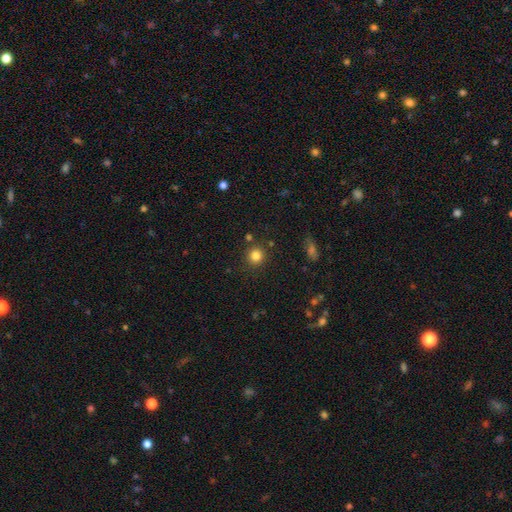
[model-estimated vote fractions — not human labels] Q: Smooth or featured?
A: smooth (82%); runner-up: star or artifact (12%)
Q: How rounded?
A: round (92%); runner-up: in between (7%)
Q: Merging?
A: none (87%); runner-up: minor disturbance (7%)